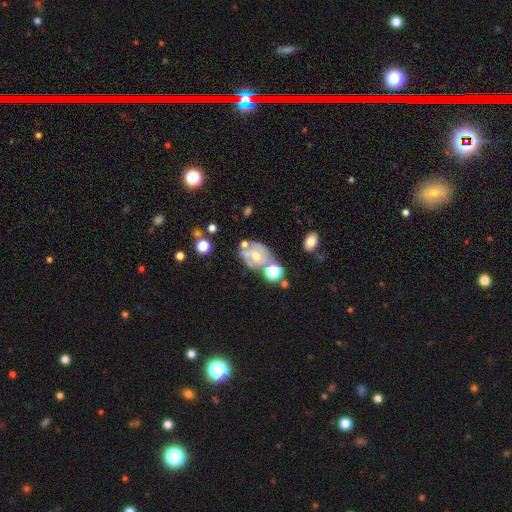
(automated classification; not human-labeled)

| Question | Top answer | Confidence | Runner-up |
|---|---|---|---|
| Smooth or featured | featured or disk | 60% | smooth (29%) |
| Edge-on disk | no | 96% | yes (4%) |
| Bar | no | 69% | weak (24%) |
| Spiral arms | yes | 53% | no (47%) |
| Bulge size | moderate | 54% | small (39%) |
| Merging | none | 41% | merger (26%) |